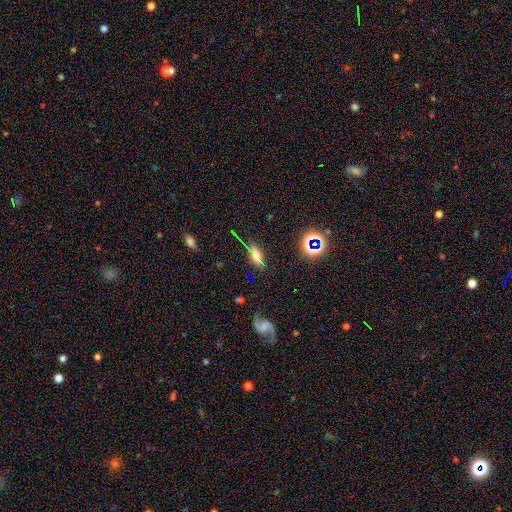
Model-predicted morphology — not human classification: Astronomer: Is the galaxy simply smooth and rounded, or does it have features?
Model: smooth — 51%.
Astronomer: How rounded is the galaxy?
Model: in between — 63%.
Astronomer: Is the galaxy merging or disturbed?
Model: none — 74%.